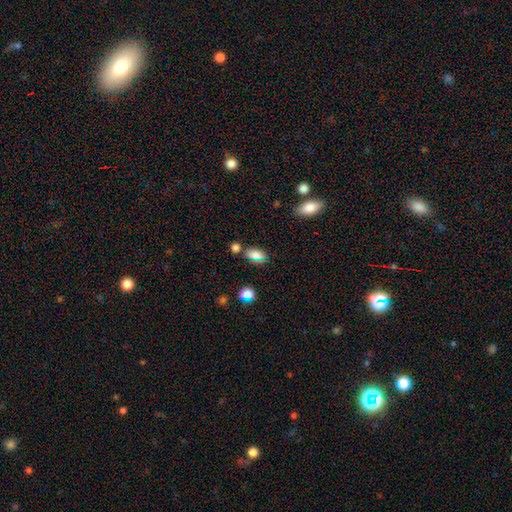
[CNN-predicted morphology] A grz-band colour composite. It shows a smooth galaxy with no disk features (76%) that is in between round and cigar-shaped (86%). Merging: none (71%).